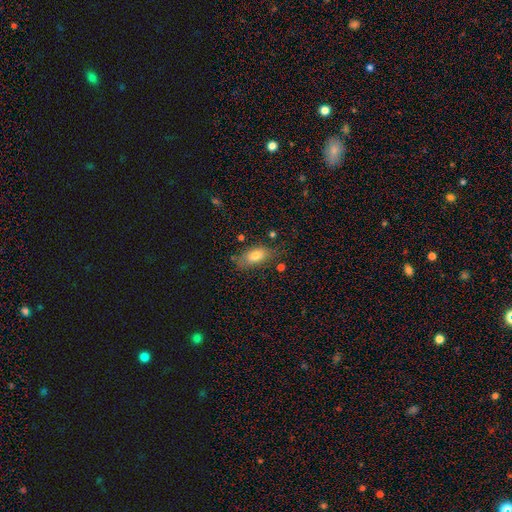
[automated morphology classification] A smooth galaxy with no disk features (76%) that is in between round and cigar-shaped (86%).

Vote fractions:
- Smooth or featured? smooth: 76% / featured or disk: 15% / star or artifact: 9%
- How rounded? in between: 86% / cigar-shaped: 8% / round: 6%
- Merging? none: 69% / minor disturbance: 20% / major disturbance: 6% / merger: 4%